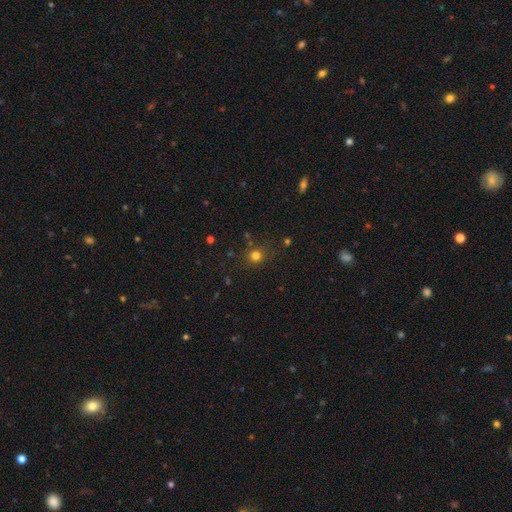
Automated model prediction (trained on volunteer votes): Smooth or featured?
  - smooth: 76% *
  - star or artifact: 18%
  - featured or disk: 6%
How rounded?
  - round: 85% *
  - in between: 14%
  - cigar-shaped: 1%
Merging?
  - none: 81% *
  - minor disturbance: 12%
  - major disturbance: 4%
  - merger: 3%